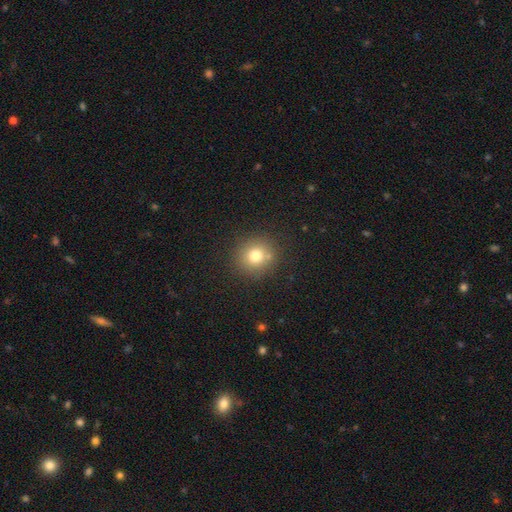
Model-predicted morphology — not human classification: type=smooth (77%); roundness=round (88%); merging=none (82%).